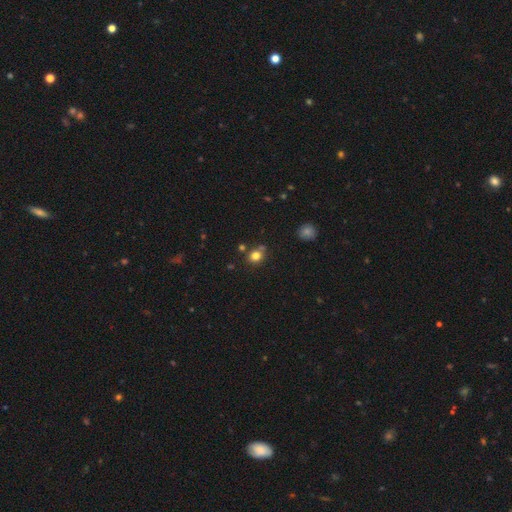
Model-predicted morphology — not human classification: Overall: smooth (80%). How rounded: round (77%). Merging: none (72%).